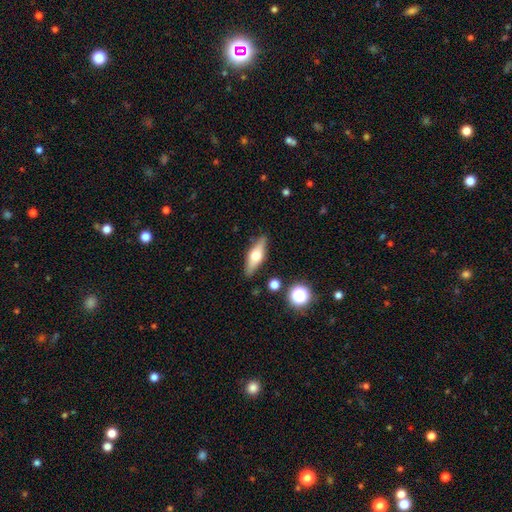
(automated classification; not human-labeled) Smooth or featured? Predicted: featured or disk (p=0.48). Merging? Predicted: none (p=0.86).